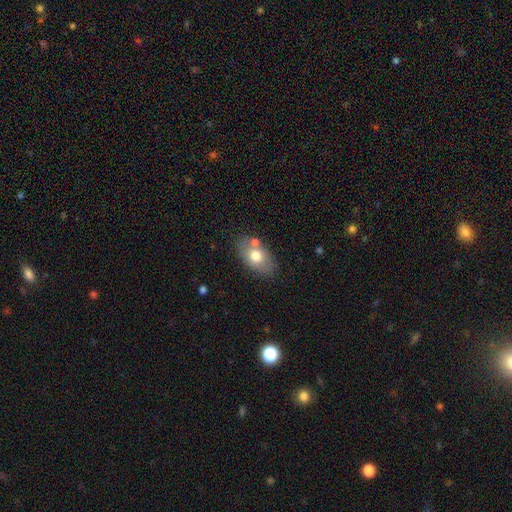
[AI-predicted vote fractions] smooth 69%, featured or disk 24%, star or artifact 7%. Down the decision tree: how rounded — in between (89%); merging — none (70%).